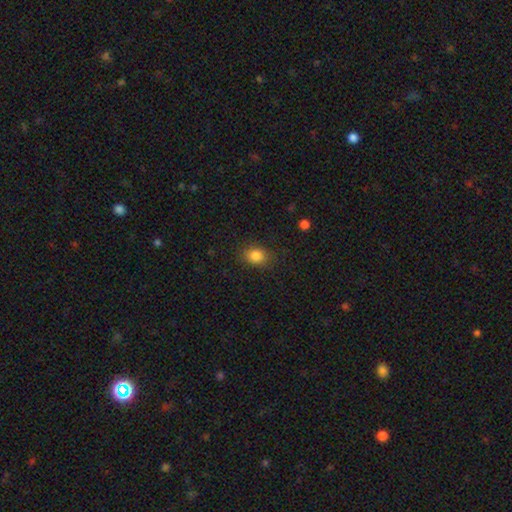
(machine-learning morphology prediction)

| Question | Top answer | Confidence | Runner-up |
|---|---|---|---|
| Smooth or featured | smooth | 85% | star or artifact (10%) |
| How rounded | in between | 56% | round (43%) |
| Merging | none | 82% | minor disturbance (12%) |